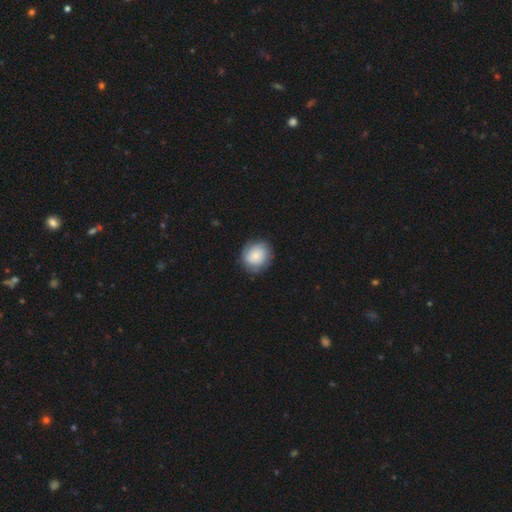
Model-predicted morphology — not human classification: Overall: smooth (74%). How rounded: round (80%). Merging: none (79%).